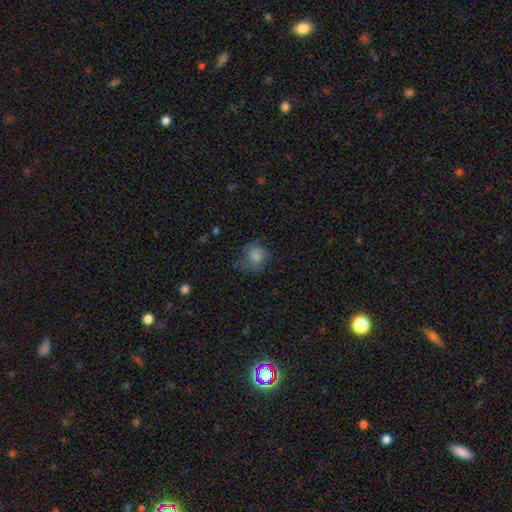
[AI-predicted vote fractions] smooth-or-featured: smooth: 78% | featured or disk: 11% | star or artifact: 11%
  how-rounded: round: 75% | in between: 24% | cigar-shaped: 1%
  merging: none: 54% | minor disturbance: 27% | major disturbance: 18% | merger: 2%